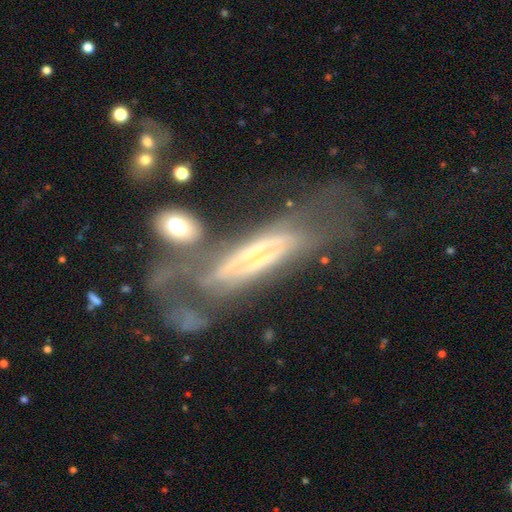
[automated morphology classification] smooth-or-featured: featured or disk: 71% | smooth: 19% | star or artifact: 10%
  disk-edge-on: yes: 59% | no: 41%
  merging: major disturbance: 32% | none: 29% | merger: 20% | minor disturbance: 19%